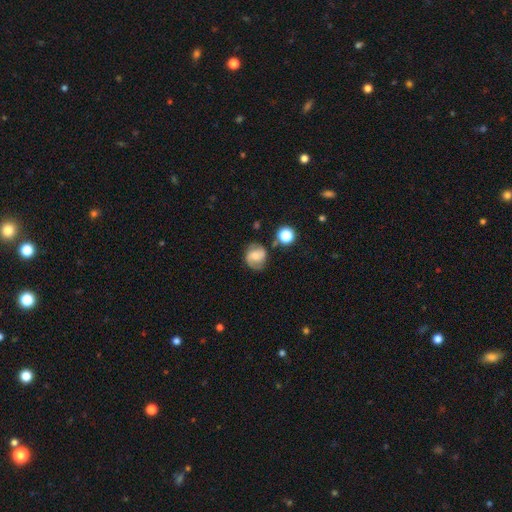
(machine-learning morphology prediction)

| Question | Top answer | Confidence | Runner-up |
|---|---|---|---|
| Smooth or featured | featured or disk | 57% | smooth (34%) |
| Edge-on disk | no | 97% | yes (3%) |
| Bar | no | 48% | weak (40%) |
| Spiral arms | yes | 89% | no (11%) |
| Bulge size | small | 44% | moderate (43%) |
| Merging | none | 74% | minor disturbance (17%) |